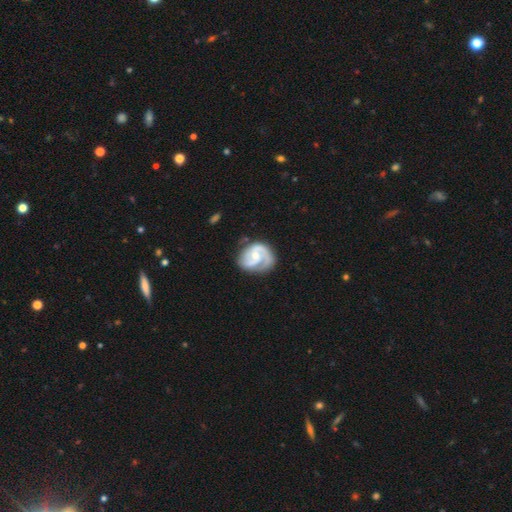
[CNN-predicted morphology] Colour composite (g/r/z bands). It shows a featured or disk galaxy (86%) with no bar (50%), 2 (70%) medium (45%) spiral arms (96%) and a moderate central bulge (51%). Merging: none (64%).